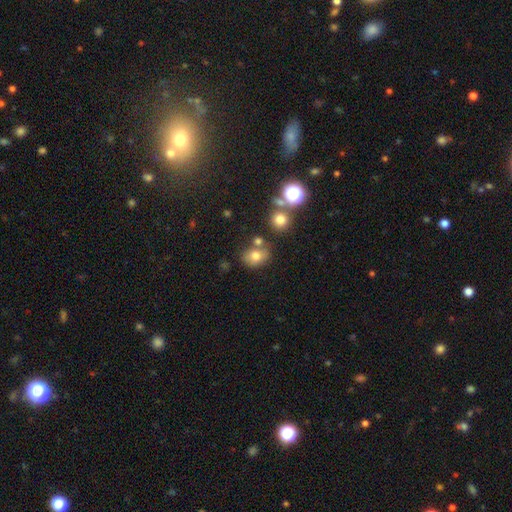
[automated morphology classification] type=smooth (74%); roundness=in between (56%); merging=none (62%).